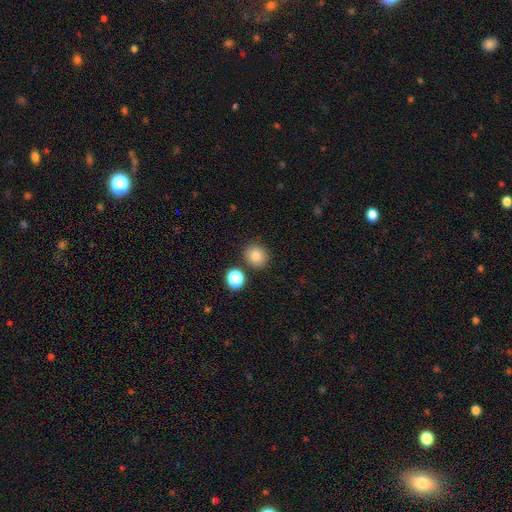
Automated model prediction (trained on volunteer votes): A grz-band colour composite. It shows a smooth galaxy with no disk features (82%) that is round (83%). Merging: none (84%).